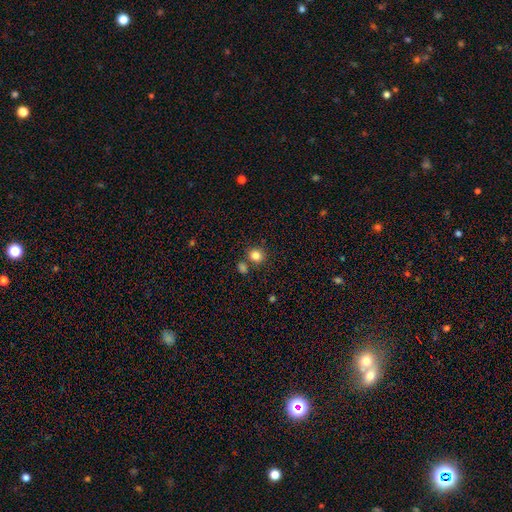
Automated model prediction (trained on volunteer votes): A smooth galaxy with no disk features (83%) that is round (81%).

Vote fractions:
- Smooth or featured? smooth: 83% / star or artifact: 12% / featured or disk: 5%
- How rounded? round: 81% / in between: 18% / cigar-shaped: 1%
- Merging? none: 74% / merger: 13% / minor disturbance: 9% / major disturbance: 3%